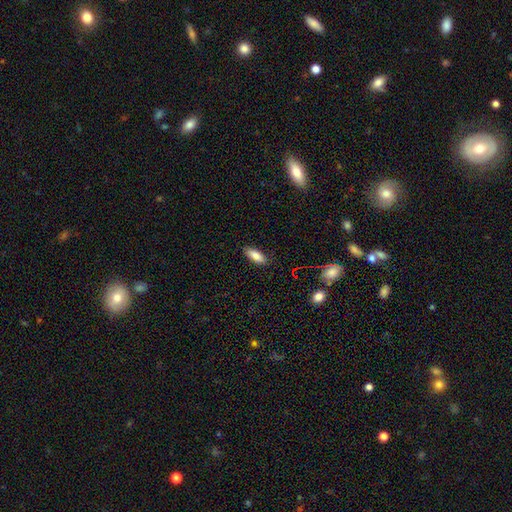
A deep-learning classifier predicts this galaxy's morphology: This appears to be a smooth galaxy with no disk features (84%) that is in between round and cigar-shaped (76%). Merging: none (86%).